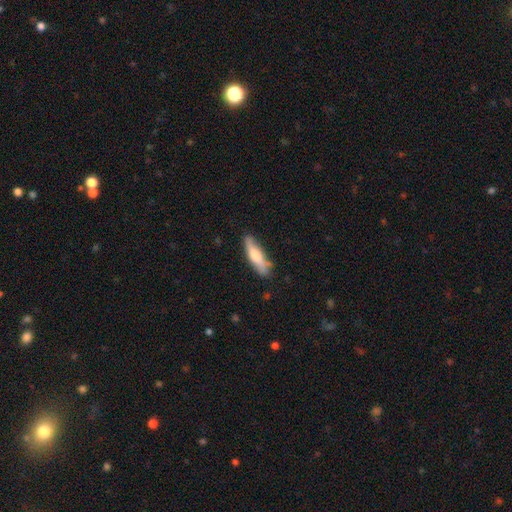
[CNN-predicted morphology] Smooth or featured? smooth (64%)
How rounded? cigar-shaped (66%)
Merging? none (74%)